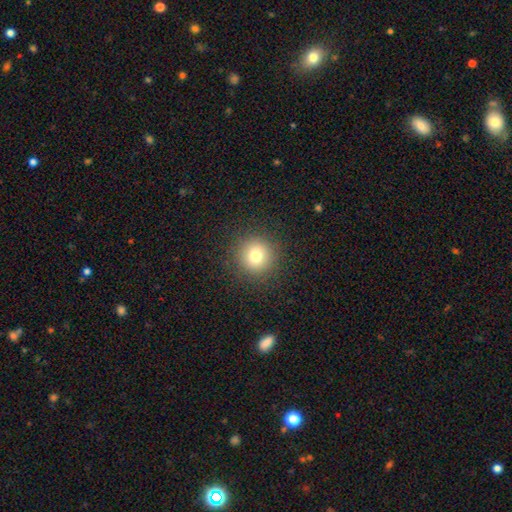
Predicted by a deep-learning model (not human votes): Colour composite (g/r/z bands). It shows a smooth galaxy with no disk features (76%) that is round (94%). Merging: none (90%).